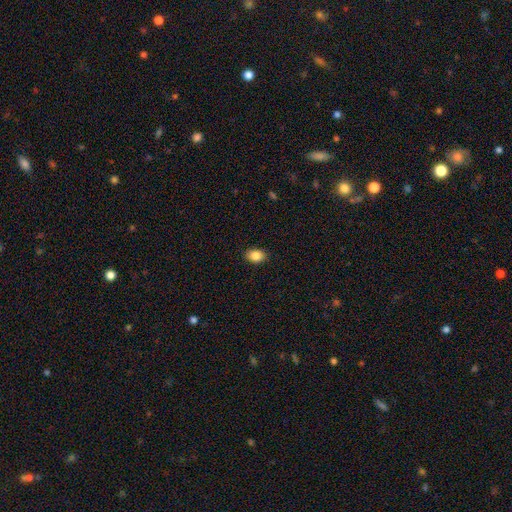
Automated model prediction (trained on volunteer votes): smooth-or-featured: smooth: 87% | star or artifact: 8% | featured or disk: 5%
  how-rounded: in between: 74% | round: 25% | cigar-shaped: 1%
  merging: none: 90% | minor disturbance: 7% | major disturbance: 2% | merger: 1%